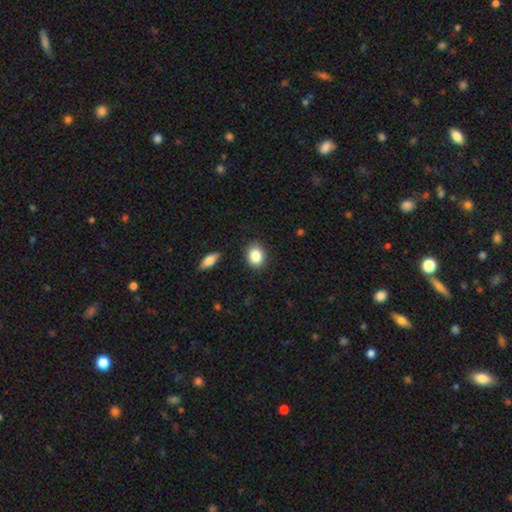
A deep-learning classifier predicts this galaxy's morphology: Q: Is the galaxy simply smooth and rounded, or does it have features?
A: smooth — 85%.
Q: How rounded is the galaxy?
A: in between — 53%.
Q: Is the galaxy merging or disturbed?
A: none — 87%.